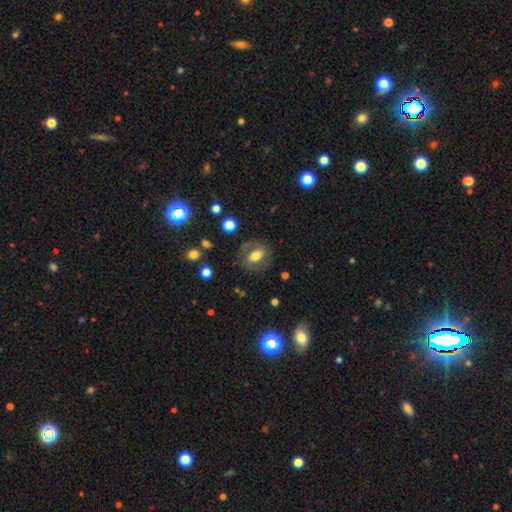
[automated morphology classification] This is possibly a smooth galaxy (52%). How rounded: likely in between (65%). Merging: likely none (76%).